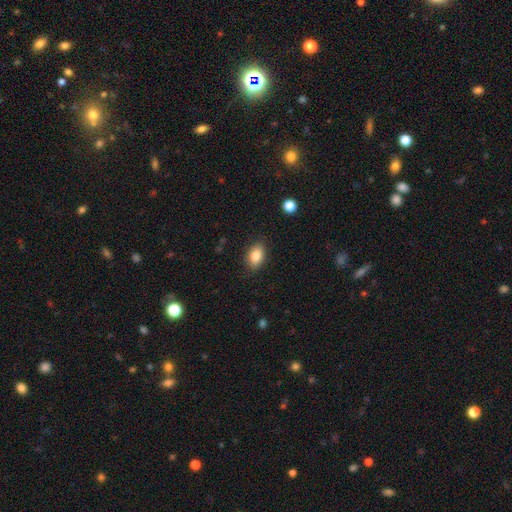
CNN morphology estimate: A smooth galaxy with no disk features (84%) that is in between round and cigar-shaped (86%). Merging: none (85%).